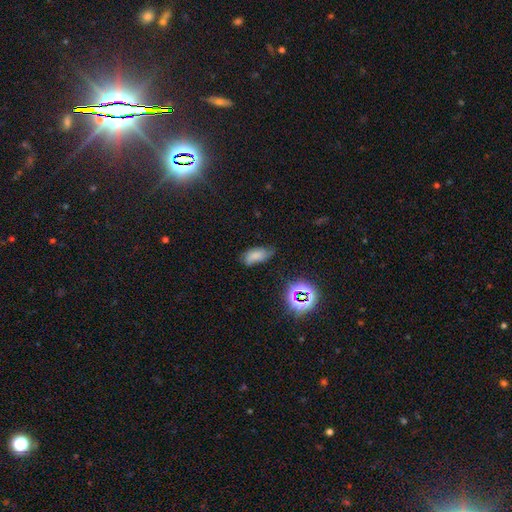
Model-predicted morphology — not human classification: smooth 62%, featured or disk 21%, star or artifact 17%. Down the decision tree: how rounded — in between (88%); merging — none (53%).